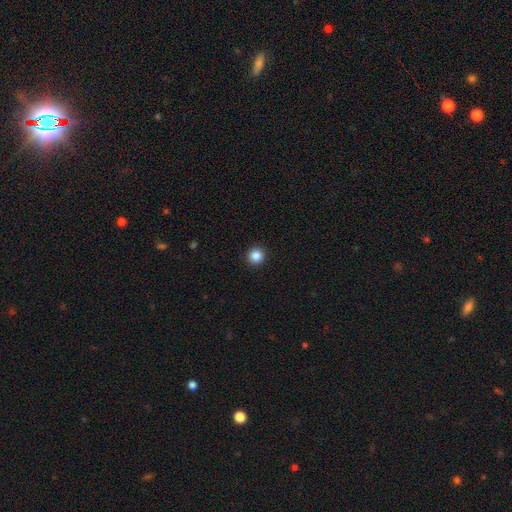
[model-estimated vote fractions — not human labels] Smooth or featured? smooth (85%)
How rounded? round (95%)
Merging? none (94%)